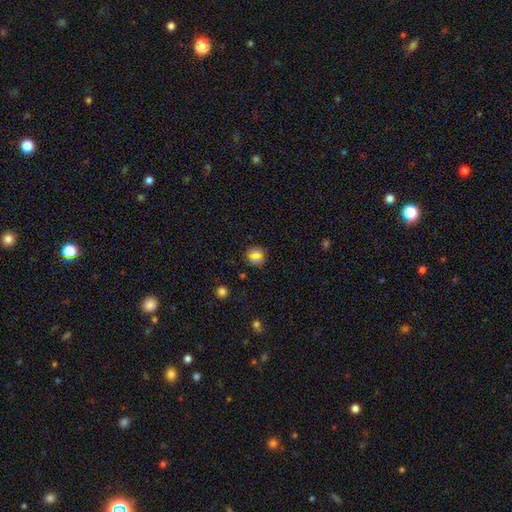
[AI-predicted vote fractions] This appears to be a smooth galaxy with no disk features (60%) that is round (84%). Merging: none (86%).